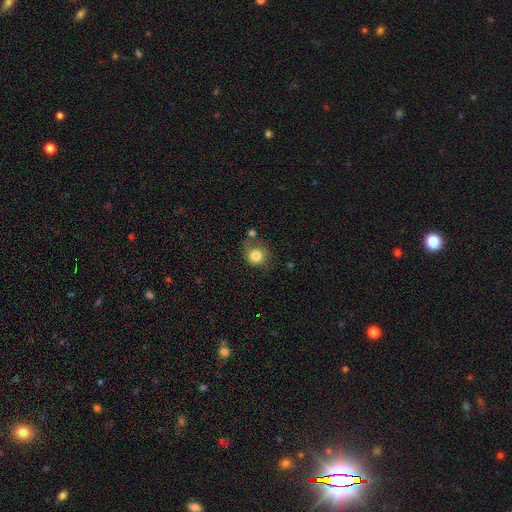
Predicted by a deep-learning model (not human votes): smooth 82%, star or artifact 9%, featured or disk 8%. Down the decision tree: how rounded — round (83%); merging — none (59%).